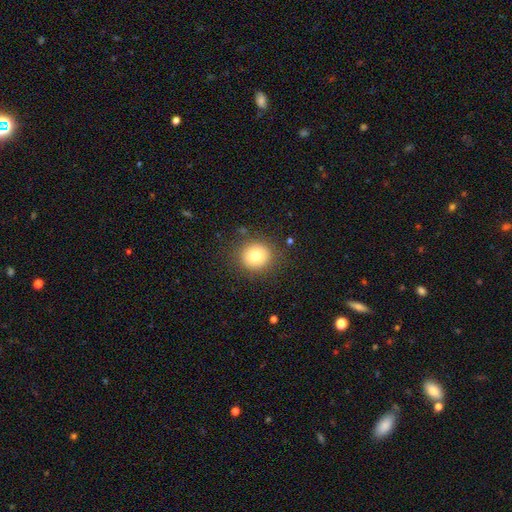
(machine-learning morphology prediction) Overall: smooth (80%). How rounded: round (87%). Merging: none (87%).